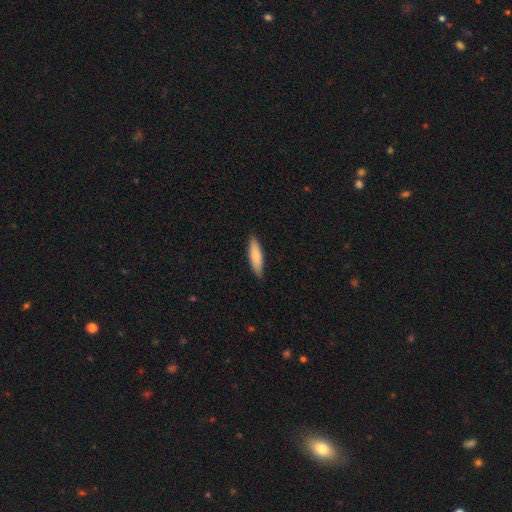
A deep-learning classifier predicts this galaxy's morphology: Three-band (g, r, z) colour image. It shows a smooth galaxy with no disk features (81%) that is cigar-shaped (68%). Merging: none (87%).